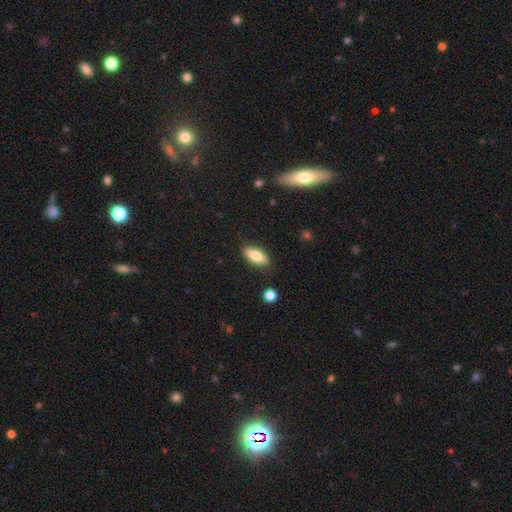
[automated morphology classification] A smooth galaxy with no disk features (76%) that is in between round and cigar-shaped (73%). Merging: none (84%).